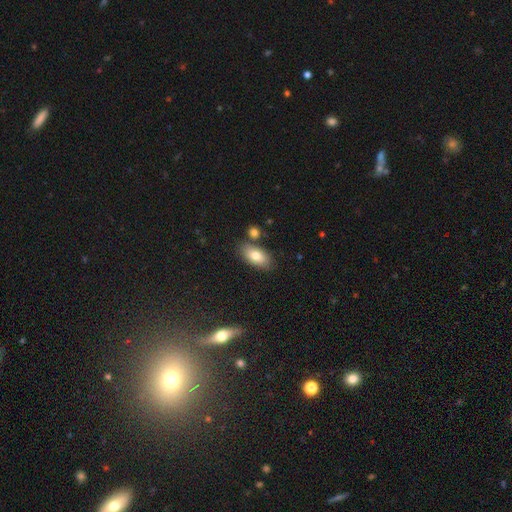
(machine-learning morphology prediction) This is likely a smooth galaxy (78%). How rounded: clearly in between (91%). Merging: likely none (75%).